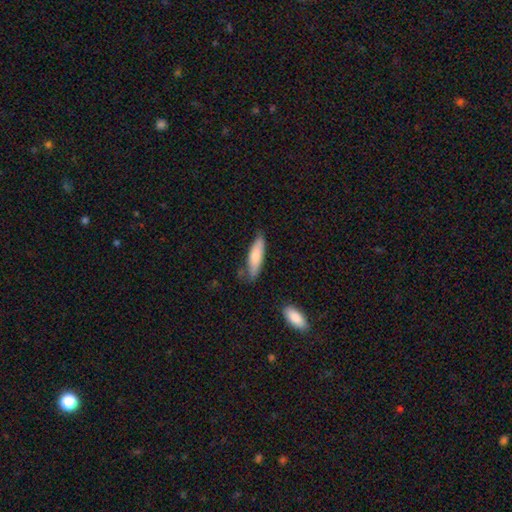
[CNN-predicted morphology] Overall: smooth (74%). How rounded: cigar-shaped (64%; in between 34%). Merging: none (73%).